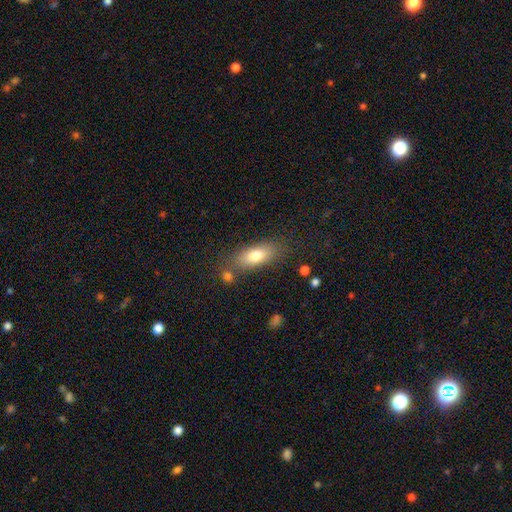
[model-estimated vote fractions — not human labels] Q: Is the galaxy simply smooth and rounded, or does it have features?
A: smooth — 76%.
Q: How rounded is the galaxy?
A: in between — 76%.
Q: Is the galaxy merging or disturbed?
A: none — 75%.